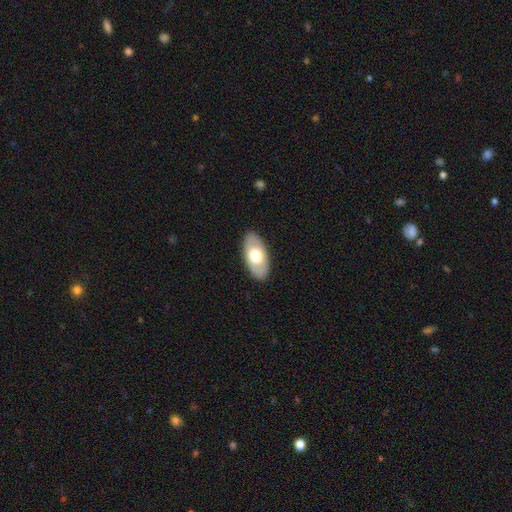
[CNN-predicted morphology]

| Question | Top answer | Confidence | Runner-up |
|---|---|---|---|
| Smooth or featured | smooth | 60% | featured or disk (35%) |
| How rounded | in between | 93% | round (3%) |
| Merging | none | 87% | minor disturbance (10%) |